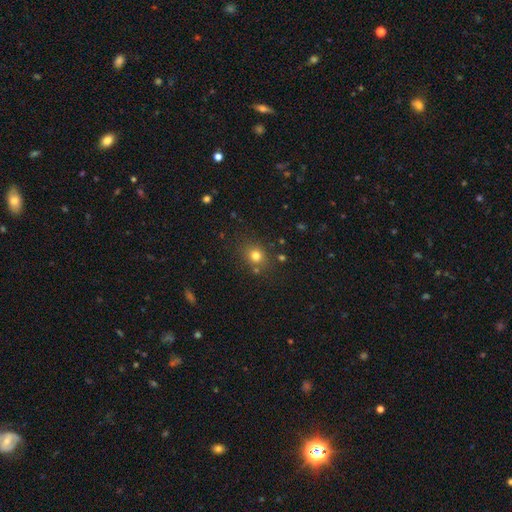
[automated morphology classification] type=smooth (76%); roundness=round (73%); merging=none (78%).